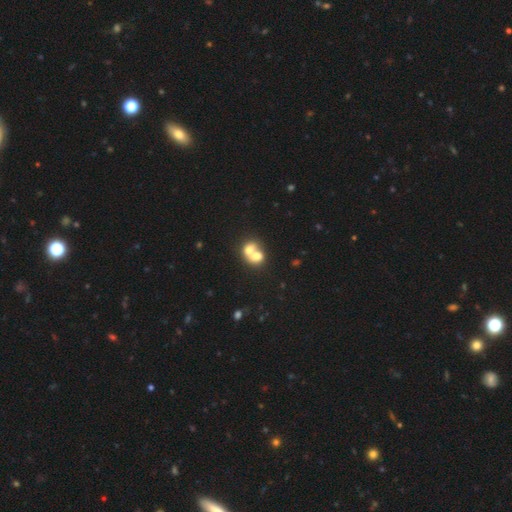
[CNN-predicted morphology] Smooth or featured? smooth (66%)
How rounded? round (60%)
Merging? merger (75%)